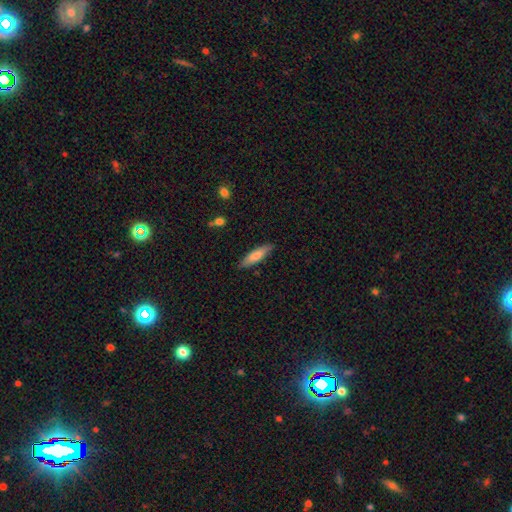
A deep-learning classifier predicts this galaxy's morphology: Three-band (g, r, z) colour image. It shows a smooth galaxy with no disk features (76%) that is cigar-shaped (72%). Merging: none (86%).